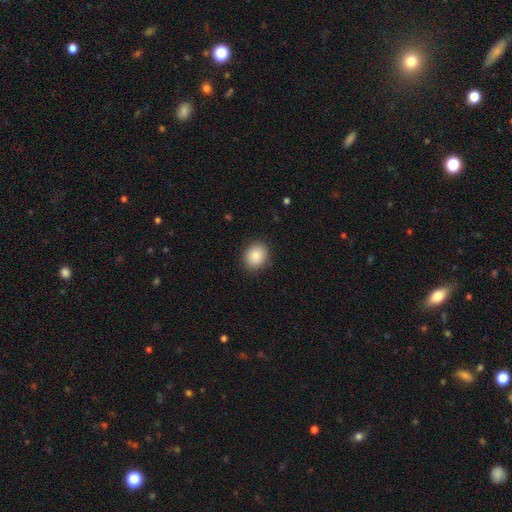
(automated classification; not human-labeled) The model was most divided on "how rounded": round: 67%, in between: 32%, cigar-shaped: 1%. More confident: merging — none (89%); smooth or featured — smooth (87%).